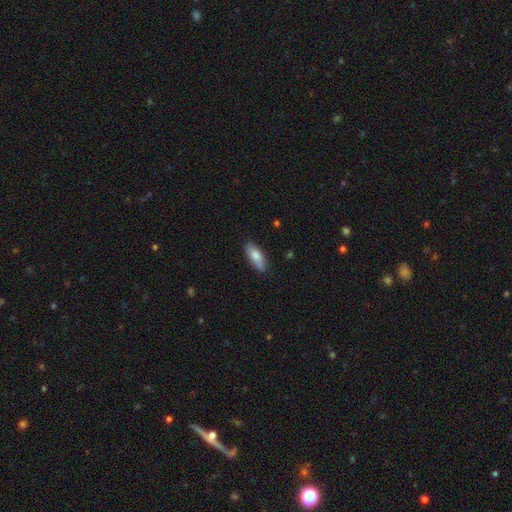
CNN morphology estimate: This is likely a smooth galaxy (79%). How rounded: likely in between (78%). Merging: clearly none (83%).